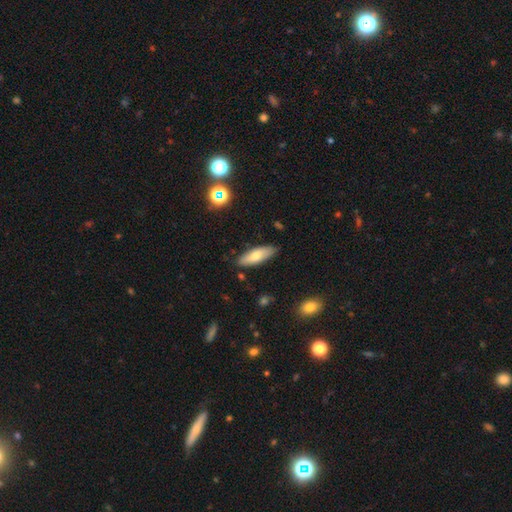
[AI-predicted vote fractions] Smooth or featured? smooth (69%)
How rounded? in between (63%)
Merging? none (84%)